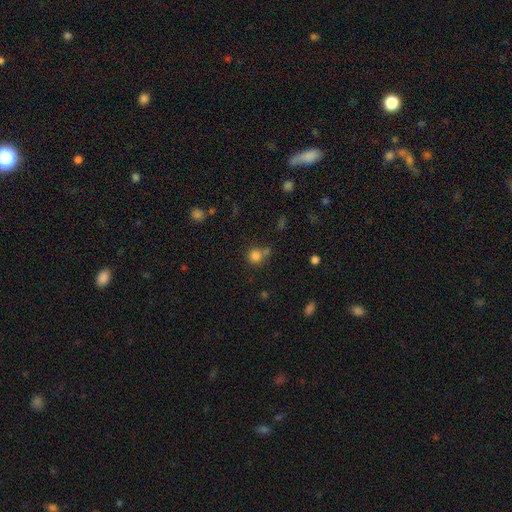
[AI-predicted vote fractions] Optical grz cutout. It shows a smooth galaxy with no disk features (81%) that is round (89%). Merging: none (63%).